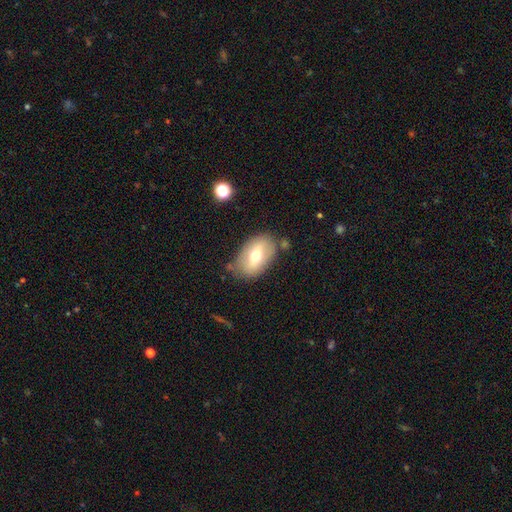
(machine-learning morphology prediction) A smooth galaxy with no disk features (56%) that is in between round and cigar-shaped (88%). Merging: none (74%).